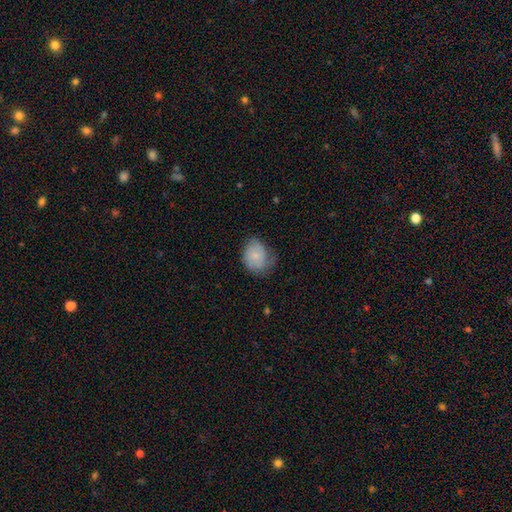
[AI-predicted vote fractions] A smooth galaxy with no disk features (72%) that is in between round and cigar-shaped (51%). Merging: none (48%).